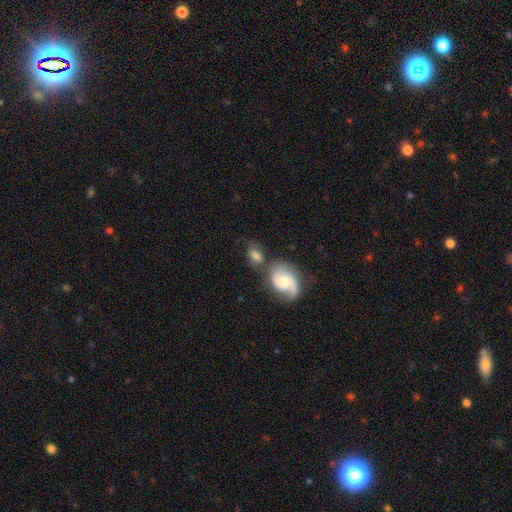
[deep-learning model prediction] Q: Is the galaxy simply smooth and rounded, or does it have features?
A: smooth — 61%.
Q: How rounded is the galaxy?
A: in between — 80%.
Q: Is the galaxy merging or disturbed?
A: none — 43%.